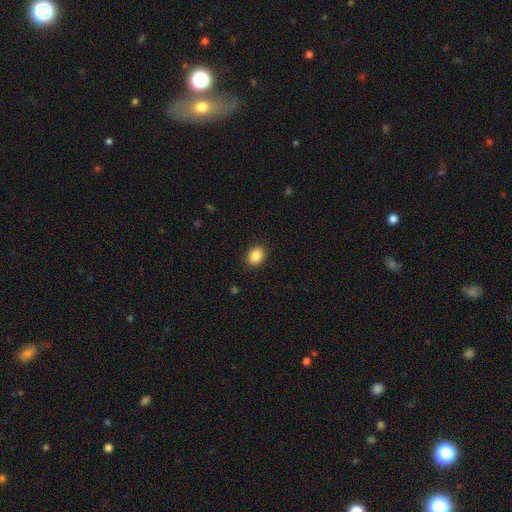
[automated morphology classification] Smooth or featured? Predicted: smooth (p=0.87). How rounded? Predicted: in between (p=0.52). Merging? Predicted: none (p=0.90).